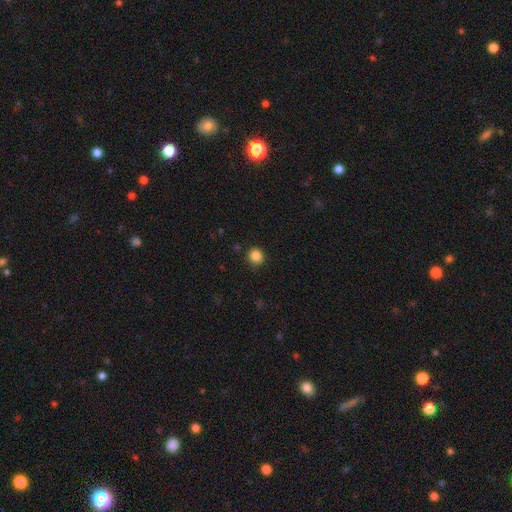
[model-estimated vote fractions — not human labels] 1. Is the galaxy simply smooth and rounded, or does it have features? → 86% smooth, 11% star or artifact, 3% featured or disk.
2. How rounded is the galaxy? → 88% round, 11% in between, 1% cigar-shaped.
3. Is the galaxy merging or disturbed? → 89% none, 8% minor disturbance, 2% major disturbance, 1% merger.